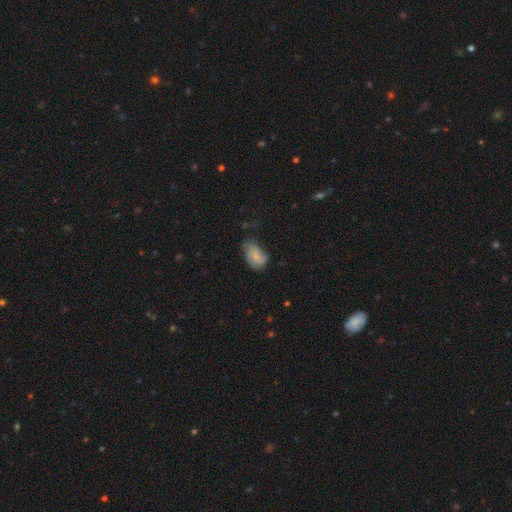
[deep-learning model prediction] Smooth or featured?
  - smooth: 52% *
  - featured or disk: 40%
  - star or artifact: 8%
How rounded?
  - in between: 86% *
  - round: 12%
  - cigar-shaped: 2%
Merging?
  - none: 44% *
  - minor disturbance: 36%
  - major disturbance: 17%
  - merger: 3%